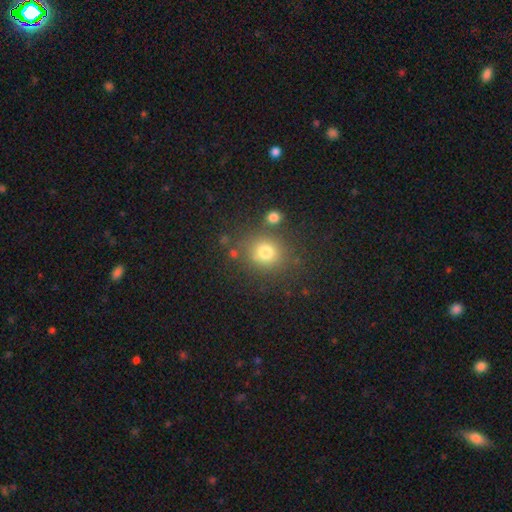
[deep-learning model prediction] Q: Smooth or featured?
A: smooth (65%); runner-up: star or artifact (27%)
Q: How rounded?
A: round (82%); runner-up: in between (17%)
Q: Merging?
A: none (82%); runner-up: minor disturbance (9%)